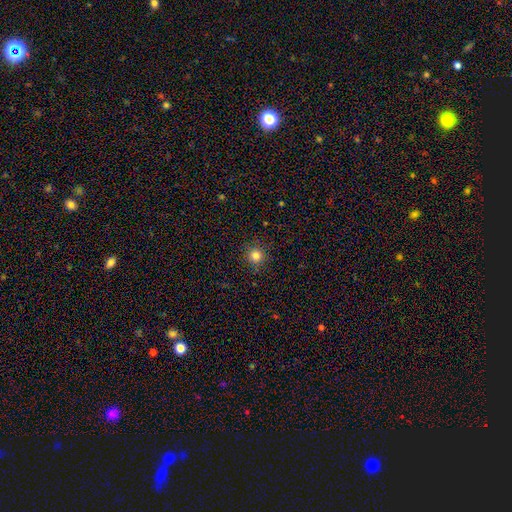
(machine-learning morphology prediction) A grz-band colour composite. It shows a smooth galaxy with no disk features (82%) that is round (94%). Merging: none (90%).